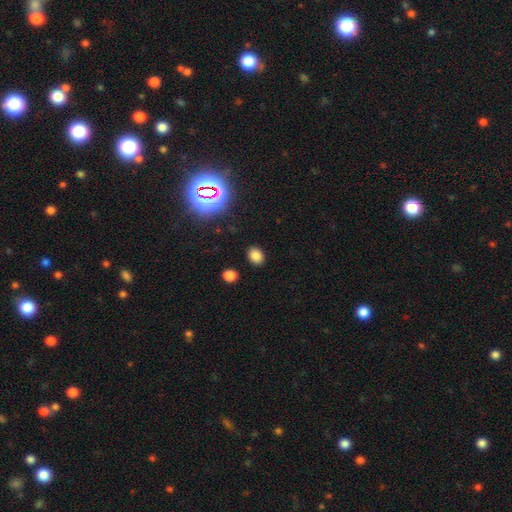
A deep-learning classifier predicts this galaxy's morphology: type=smooth (80%); roundness=in between (59%); merging=none (88%).